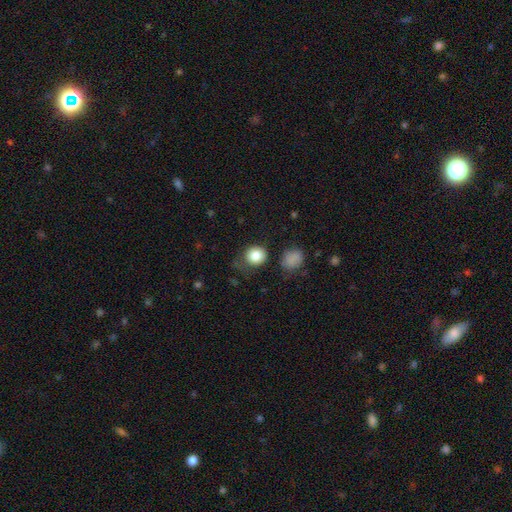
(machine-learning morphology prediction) smooth 83%, star or artifact 10%, featured or disk 6%. Down the decision tree: how rounded — round (83%); merging — none (65%).